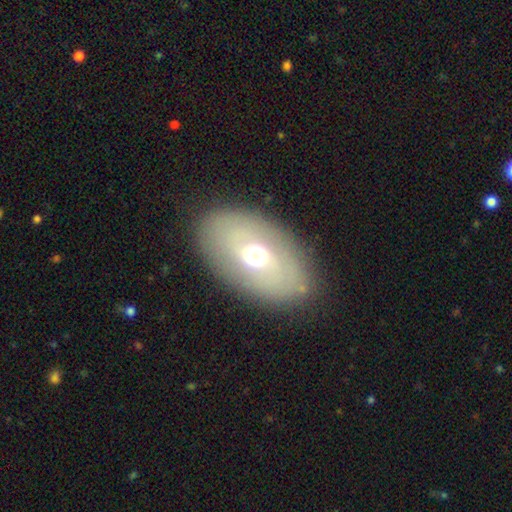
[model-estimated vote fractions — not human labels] The model was most divided on "smooth or featured": smooth: 49%, featured or disk: 42%, star or artifact: 8%. More confident: merging — none (83%).